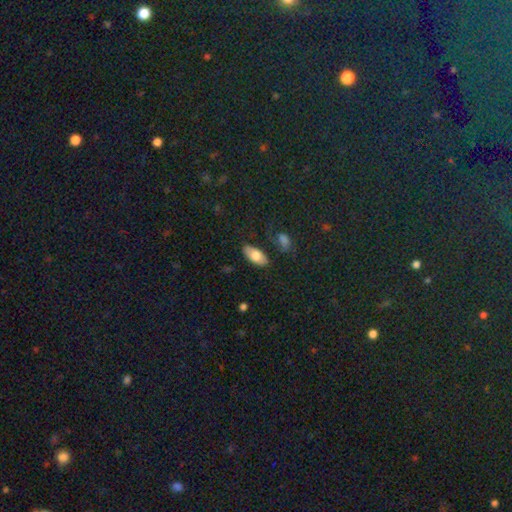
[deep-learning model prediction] This is likely a smooth galaxy (75%). How rounded: clearly in between (90%). Merging: likely none (79%).